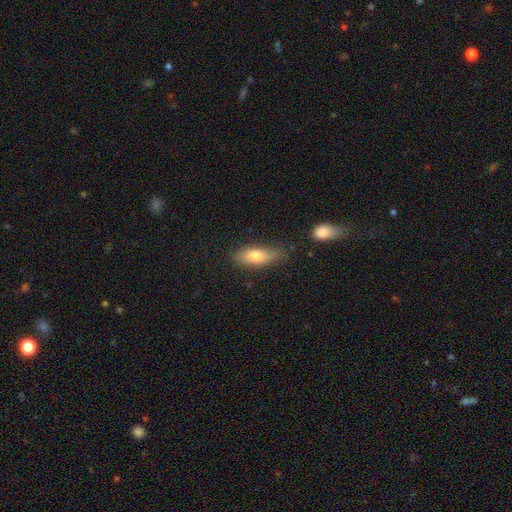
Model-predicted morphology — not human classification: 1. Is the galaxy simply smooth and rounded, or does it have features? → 76% smooth, 17% featured or disk, 7% star or artifact.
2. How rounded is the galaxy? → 68% in between, 29% cigar-shaped, 3% round.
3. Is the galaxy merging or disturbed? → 67% none, 23% minor disturbance, 6% major disturbance, 4% merger.